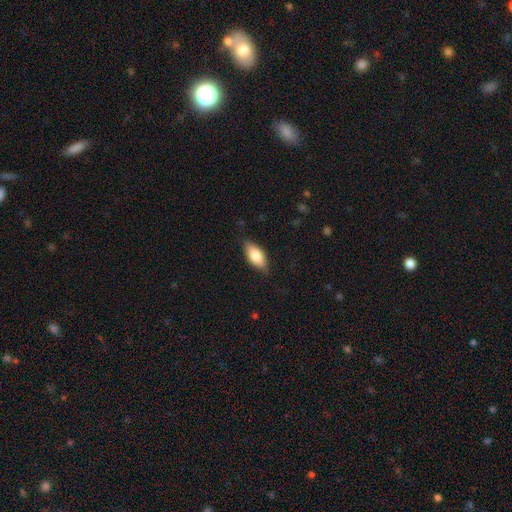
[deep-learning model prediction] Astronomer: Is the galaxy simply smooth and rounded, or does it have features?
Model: smooth — 78%.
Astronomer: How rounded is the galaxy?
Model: in between — 85%.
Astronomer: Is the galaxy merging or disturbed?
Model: none — 81%.